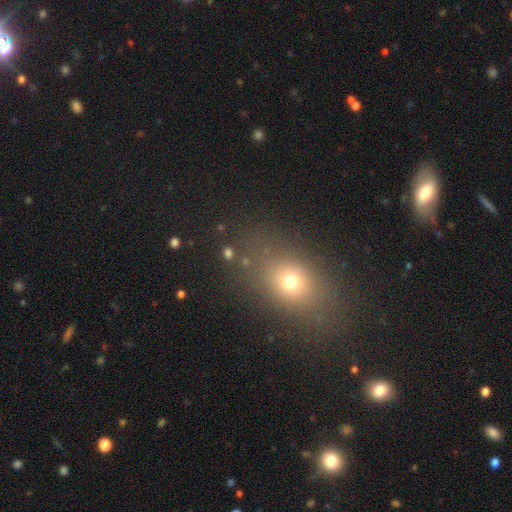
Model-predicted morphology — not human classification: Smooth or featured? Predicted: smooth (p=0.60). How rounded? Predicted: in between (p=0.62). Merging? Predicted: none (p=0.85).